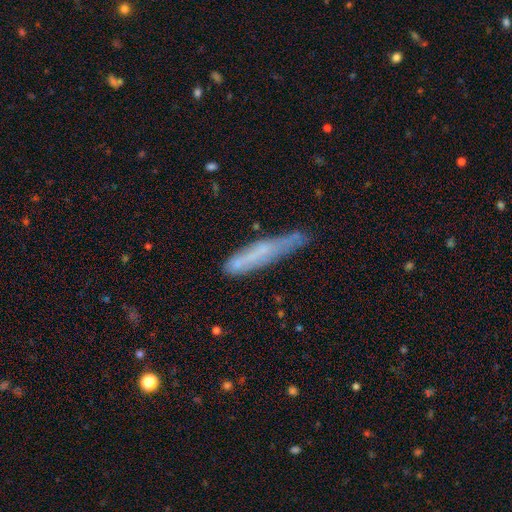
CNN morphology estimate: This is possibly a smooth galaxy (54%). How rounded: clearly cigar-shaped (92%). Merging: likely none (67%).